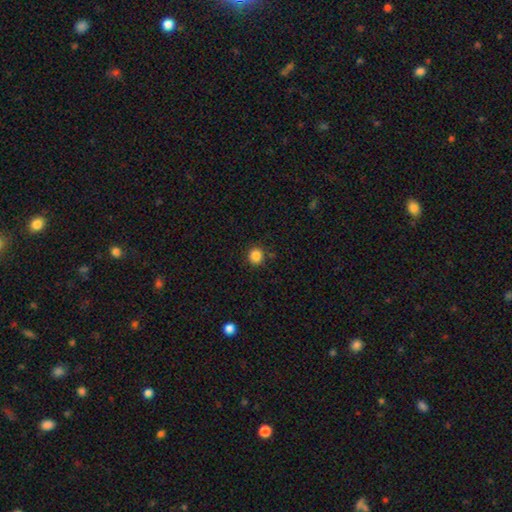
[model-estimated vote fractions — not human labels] Smooth or featured? Predicted: smooth (p=0.86). How rounded? Predicted: round (p=0.92). Merging? Predicted: none (p=0.88).